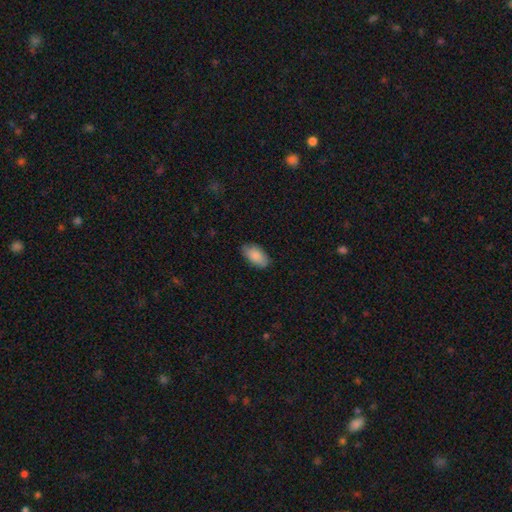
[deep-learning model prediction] This appears to be a smooth galaxy with no disk features (88%) that is in between round and cigar-shaped (95%). Merging: none (84%).